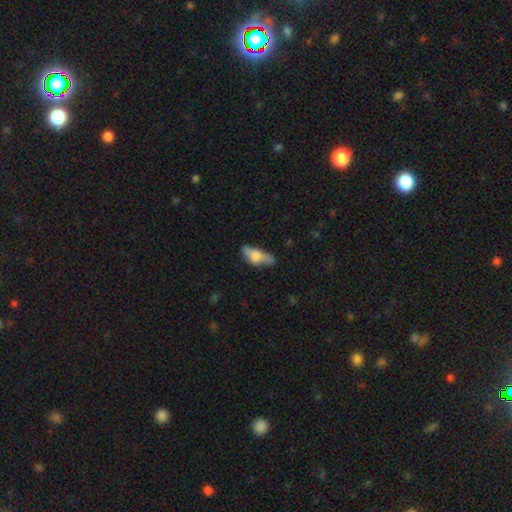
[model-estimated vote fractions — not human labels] This appears to be a smooth galaxy with no disk features (53%) that is in between round and cigar-shaped (67%). Merging: none (51%).